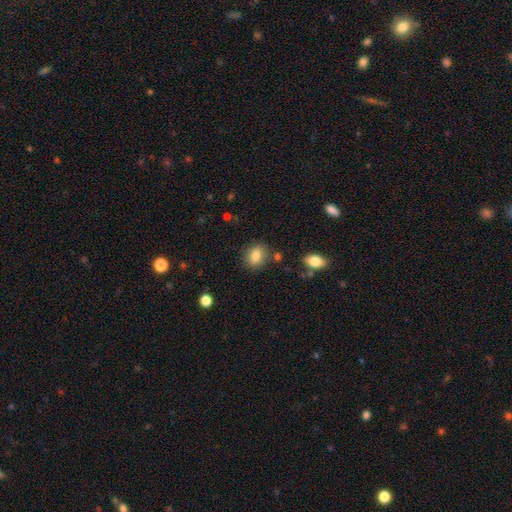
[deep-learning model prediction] Morphology: type=smooth (81%); roundness=in between (51%); merging=none (82%).